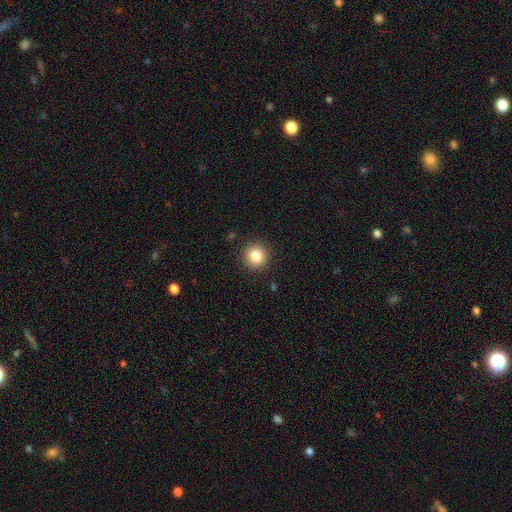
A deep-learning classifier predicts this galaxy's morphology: The model was most divided on "smooth or featured": smooth: 84%, star or artifact: 10%, featured or disk: 6%. More confident: how rounded — round (94%); merging — none (91%).